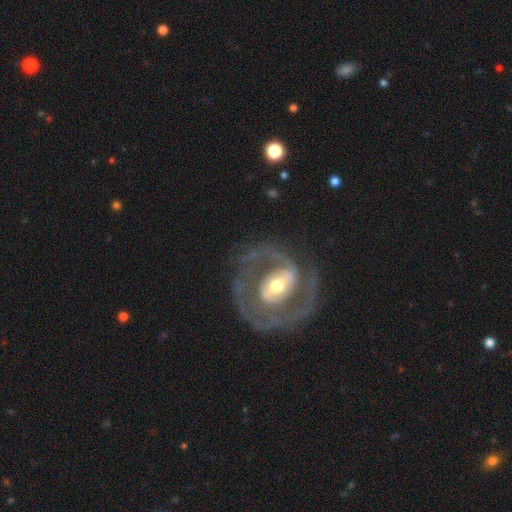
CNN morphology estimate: This is clearly a featured or disk galaxy (86%). It is clearly not viewed edge-on (96%). Bar: marginally strong (36%). Spiral arm pattern: clearly yes (84%). Spiral arm count: likely 2 (70%). Spiral winding: possibly tight (47%). Central bulge: possibly moderate (58%). Merging: likely none (71%).